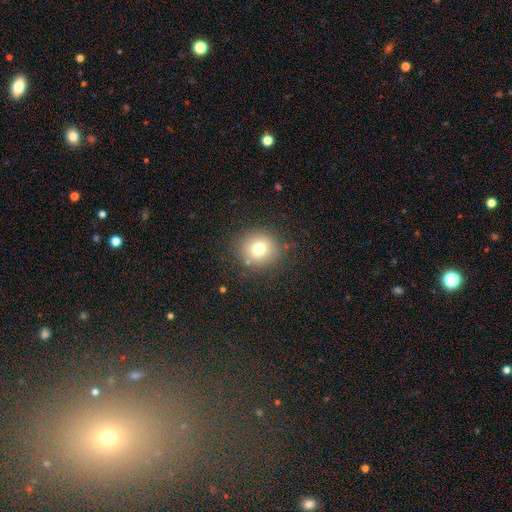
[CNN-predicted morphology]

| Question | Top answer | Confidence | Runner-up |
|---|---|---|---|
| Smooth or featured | smooth | 67% | star or artifact (23%) |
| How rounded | round | 91% | in between (8%) |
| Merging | none | 89% | minor disturbance (7%) |